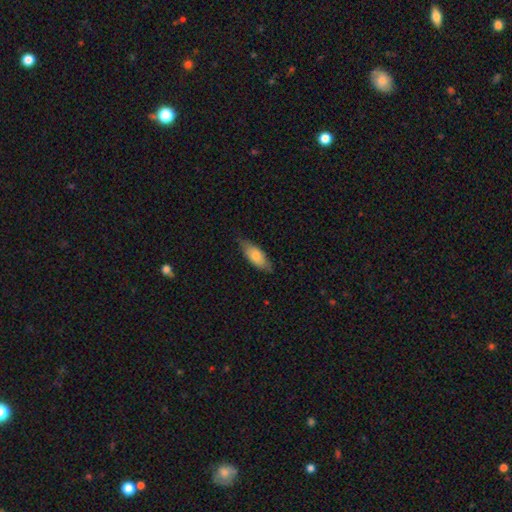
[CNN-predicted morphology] smooth_or_featured: smooth (p=0.70) [alt: featured or disk p=0.24]
how_rounded: in between (p=0.78) [alt: cigar-shaped p=0.20]
merging: none (p=0.72) [alt: minor disturbance p=0.23]